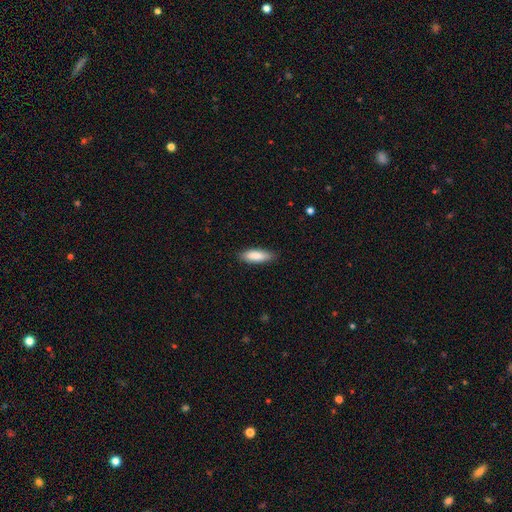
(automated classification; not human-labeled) Morphology: type=smooth (88%); roundness=in between (57%); merging=none (85%).